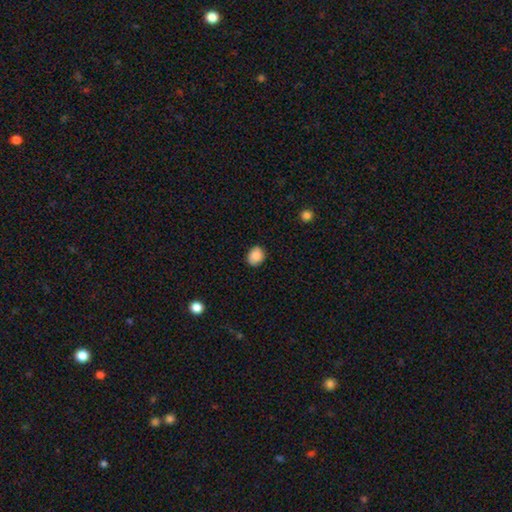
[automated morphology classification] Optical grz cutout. It shows a smooth galaxy with no disk features (87%) that is round (59%). Merging: none (85%).